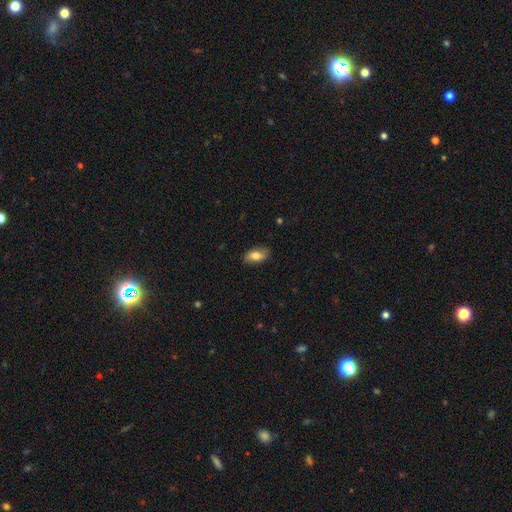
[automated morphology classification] smooth_or_featured: smooth (p=0.69) [alt: featured or disk p=0.24]
how_rounded: in between (p=0.88) [alt: cigar-shaped p=0.06]
merging: none (p=0.82) [alt: minor disturbance p=0.14]